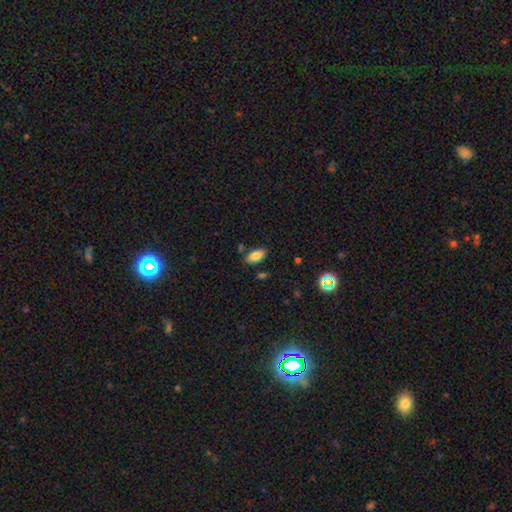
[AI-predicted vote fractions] Q: Smooth or featured?
A: smooth (83%); runner-up: star or artifact (9%)
Q: How rounded?
A: in between (93%); runner-up: cigar-shaped (4%)
Q: Merging?
A: none (82%); runner-up: minor disturbance (11%)